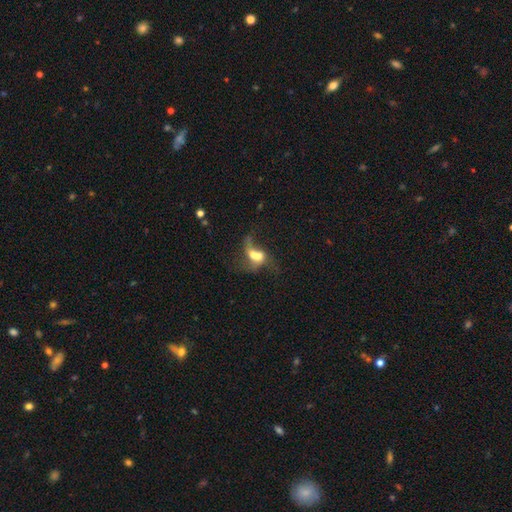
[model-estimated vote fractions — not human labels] The model was most divided on "smooth or featured": featured or disk: 45%, smooth: 44%, star or artifact: 12%. More confident: merging — merger (55%).